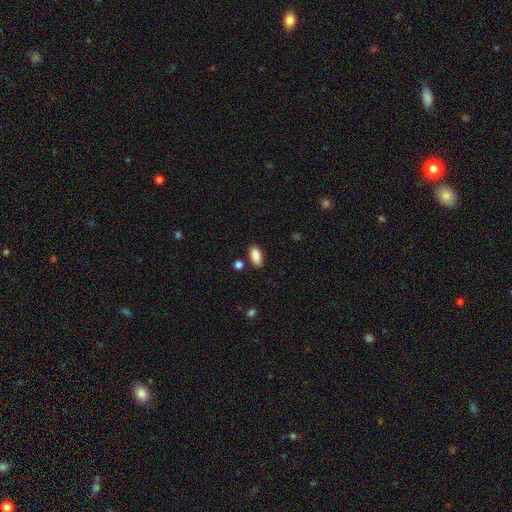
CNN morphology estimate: type=smooth (89%); roundness=in between (93%); merging=none (84%).